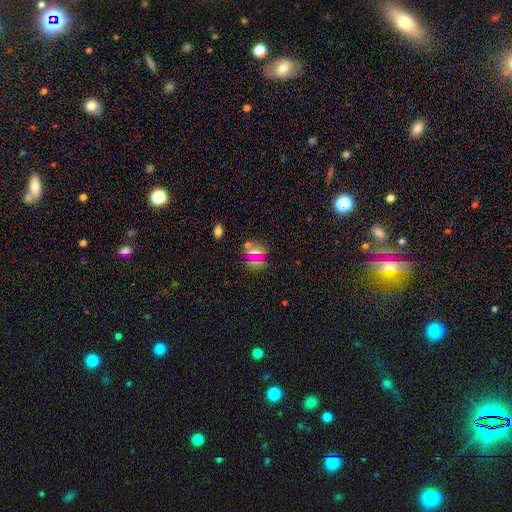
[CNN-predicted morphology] The model was most divided on "smooth or featured": smooth: 56%, star or artifact: 33%, featured or disk: 11%. More confident: merging — none (76%); how rounded — round (75%).